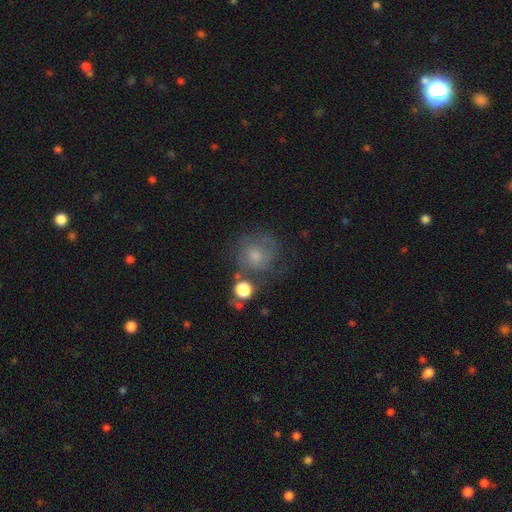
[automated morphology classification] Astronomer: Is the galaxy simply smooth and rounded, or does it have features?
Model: smooth — 49% (runner-up: featured or disk, 37%).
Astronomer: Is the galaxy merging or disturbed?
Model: none — 56%.